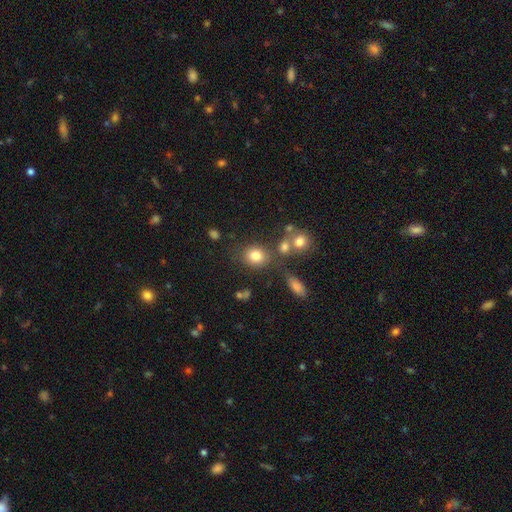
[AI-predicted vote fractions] Q: Smooth or featured?
A: smooth (79%); runner-up: star or artifact (12%)
Q: How rounded?
A: round (64%); runner-up: in between (34%)
Q: Merging?
A: none (70%); runner-up: minor disturbance (12%)